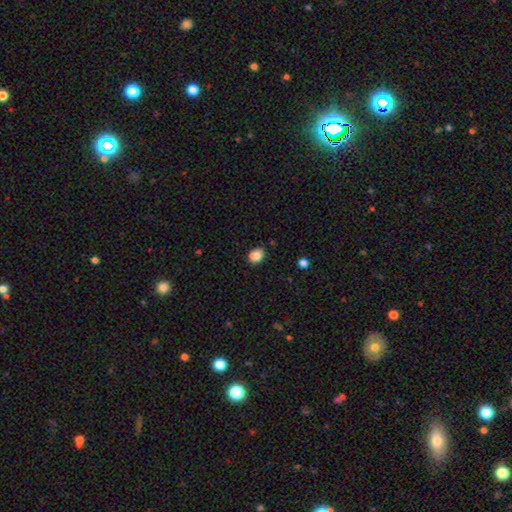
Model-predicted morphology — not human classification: type=smooth (85%); roundness=in between (57%); merging=none (75%).